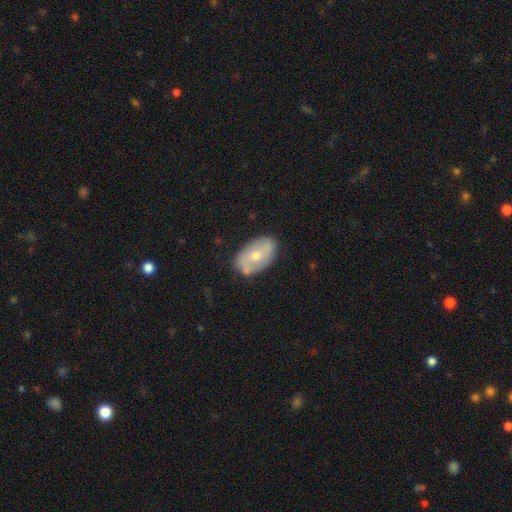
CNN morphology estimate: Smooth or featured? smooth (47%, tied with featured or disk)
Merging? none (73%)